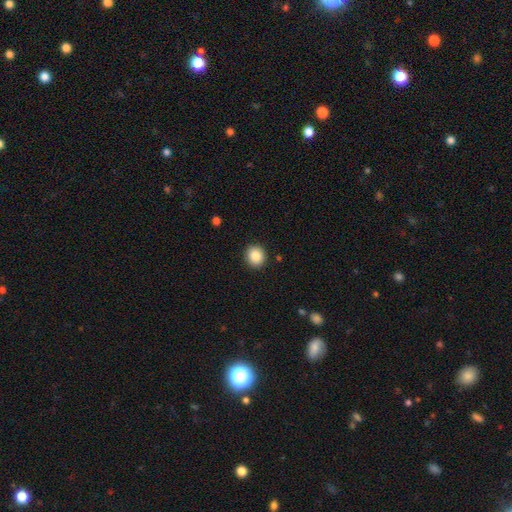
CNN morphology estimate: Smooth or featured? Predicted: smooth (p=0.86). How rounded? Predicted: round (p=0.85). Merging? Predicted: none (p=0.91).